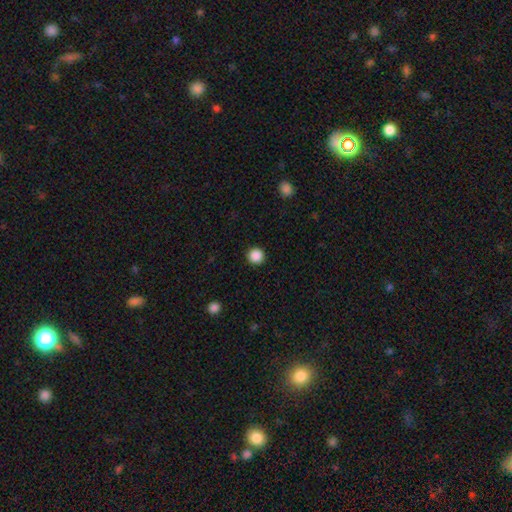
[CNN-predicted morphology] Smooth or featured?
  - smooth: 88% *
  - star or artifact: 10%
  - featured or disk: 2%
How rounded?
  - round: 96% *
  - in between: 3%
  - cigar-shaped: 1%
Merging?
  - none: 93% *
  - minor disturbance: 4%
  - major disturbance: 2%
  - merger: 1%